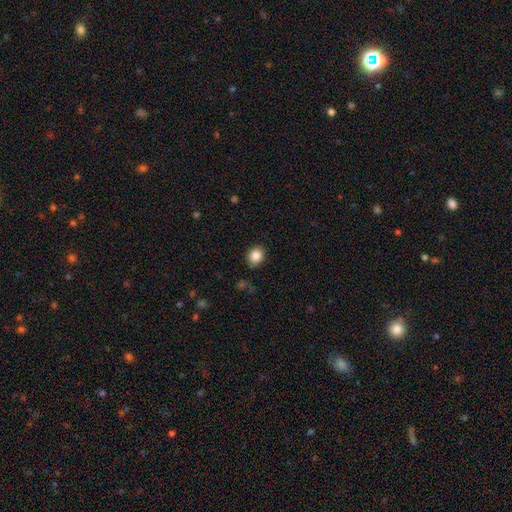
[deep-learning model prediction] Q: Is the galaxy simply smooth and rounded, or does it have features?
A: smooth — 85%.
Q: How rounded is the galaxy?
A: round — 67%.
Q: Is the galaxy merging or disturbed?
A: none — 86%.